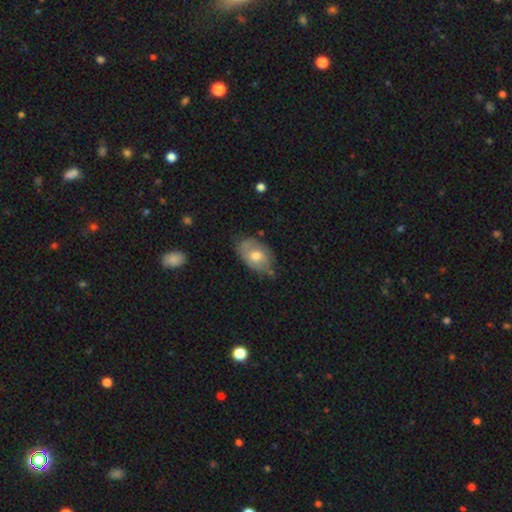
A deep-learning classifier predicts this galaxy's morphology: Overall: smooth (56%; featured or disk 38%). How rounded: in between (87%). Merging: none (60%; minor disturbance 30%).